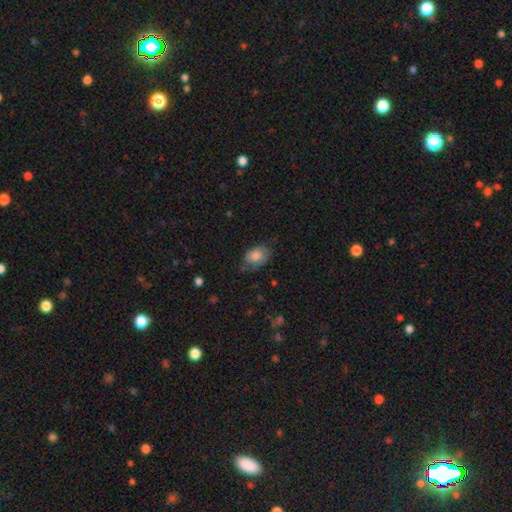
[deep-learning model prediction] This is likely a smooth galaxy (72%). How rounded: clearly in between (86%). Merging: possibly none (56%).